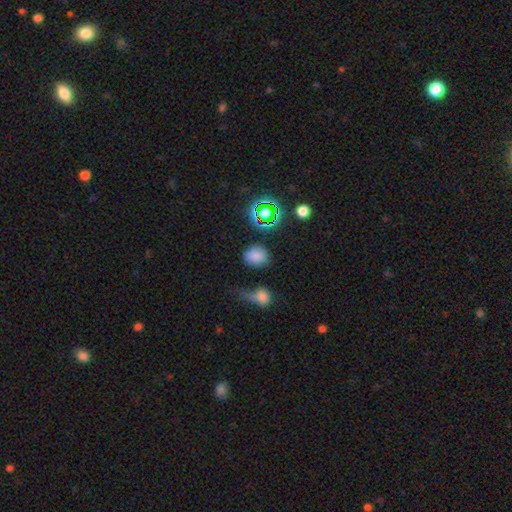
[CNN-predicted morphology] Q: Smooth or featured?
A: smooth (73%); runner-up: star or artifact (20%)
Q: How rounded?
A: round (52%); runner-up: in between (47%)
Q: Merging?
A: none (66%); runner-up: minor disturbance (18%)